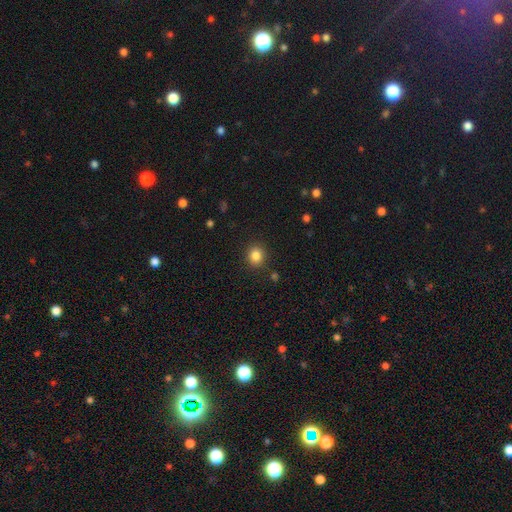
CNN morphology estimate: smooth 84%, star or artifact 11%, featured or disk 5%. Down the decision tree: how rounded — round (77%); merging — none (89%).